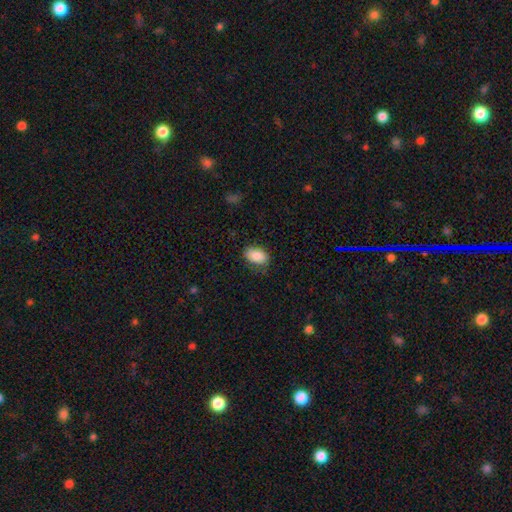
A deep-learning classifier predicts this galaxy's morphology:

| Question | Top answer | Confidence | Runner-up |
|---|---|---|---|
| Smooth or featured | smooth | 87% | star or artifact (7%) |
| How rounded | in between | 88% | round (10%) |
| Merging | none | 79% | minor disturbance (16%) |